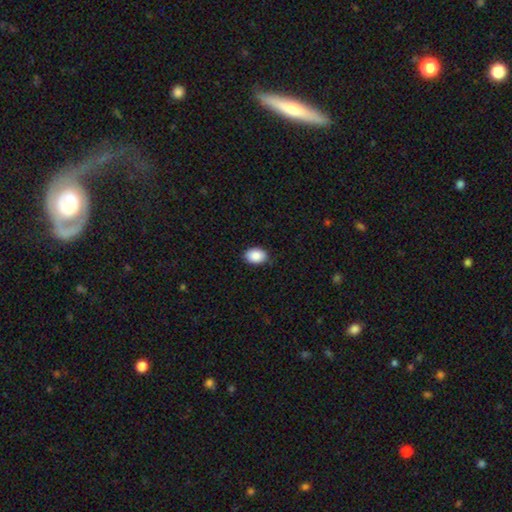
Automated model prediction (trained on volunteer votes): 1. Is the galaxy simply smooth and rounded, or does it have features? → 89% smooth, 7% star or artifact, 4% featured or disk.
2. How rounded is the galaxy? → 82% in between, 17% round, 1% cigar-shaped.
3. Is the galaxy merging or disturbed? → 85% none, 12% minor disturbance, 2% major disturbance, 1% merger.